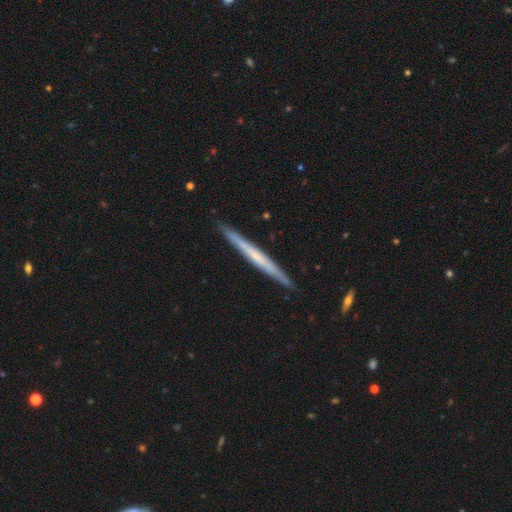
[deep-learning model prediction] featured or disk 54%, smooth 40%, star or artifact 6%. Down the decision tree: edge-on disk — yes (97%); edge-on bulge — none (79%); merging — none (91%).